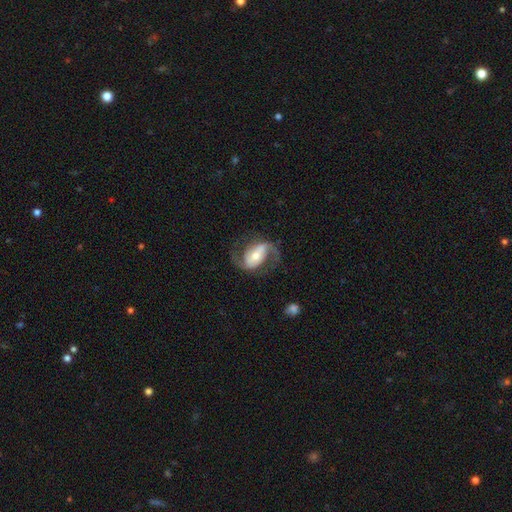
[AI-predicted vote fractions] The model was most divided on "spiral winding": medium: 45%, loose: 44%, tight: 12%. Remaining: edge-on disk — no (97%); spiral arms — yes (95%); spiral arm count — 2 (91%); smooth or featured — featured or disk (84%); merging — none (70%); bulge size — moderate (51%); bar — strong (40%).